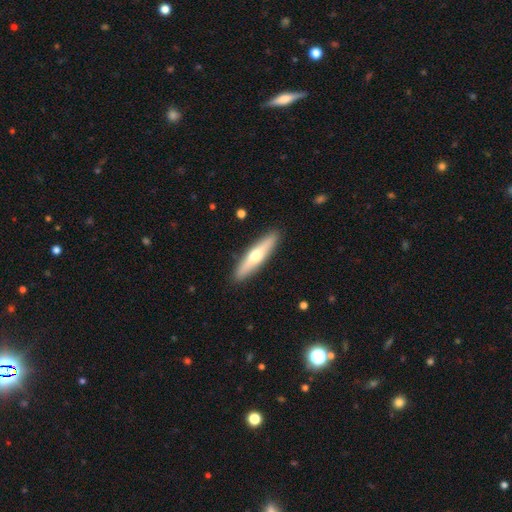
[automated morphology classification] This appears to be a smooth galaxy with no disk features (48%). Merging: none (90%).